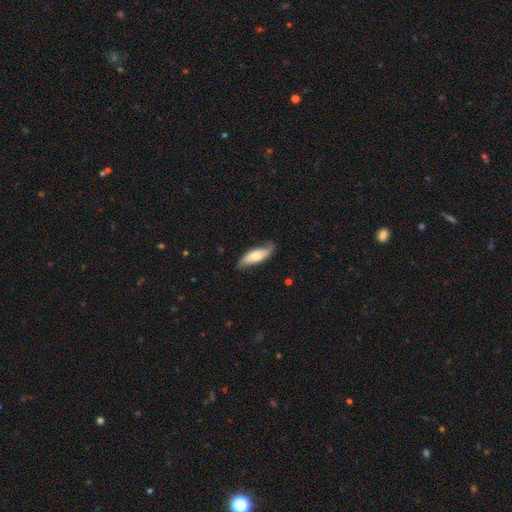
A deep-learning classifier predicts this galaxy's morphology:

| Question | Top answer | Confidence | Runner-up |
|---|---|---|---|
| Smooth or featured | smooth | 54% | featured or disk (40%) |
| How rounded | in between | 65% | cigar-shaped (33%) |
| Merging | none | 68% | minor disturbance (25%) |